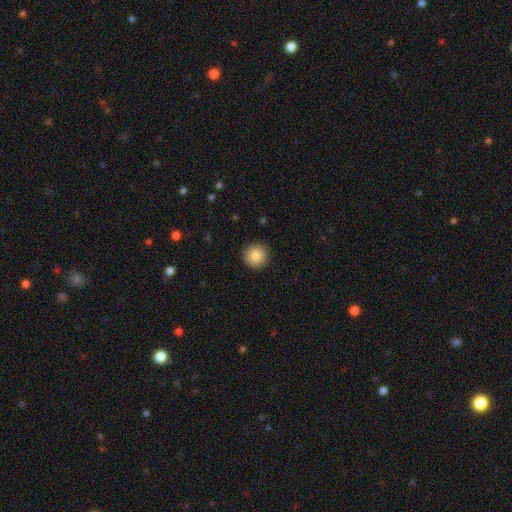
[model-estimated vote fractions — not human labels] Smooth or featured? Predicted: smooth (p=0.85). How rounded? Predicted: round (p=0.95). Merging? Predicted: none (p=0.92).